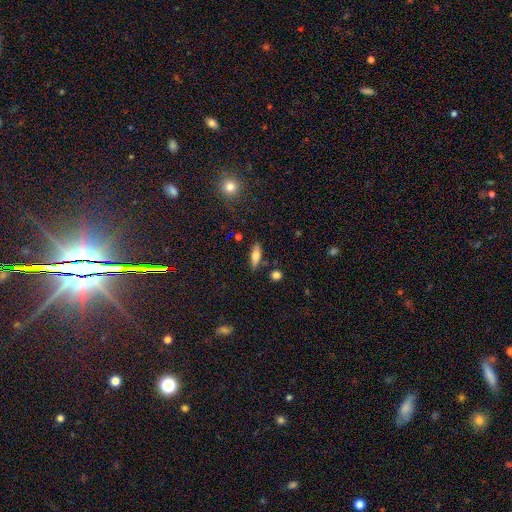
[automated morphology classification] smooth 60%, featured or disk 31%, star or artifact 8%. Down the decision tree: how rounded — in between (54%); merging — none (83%).